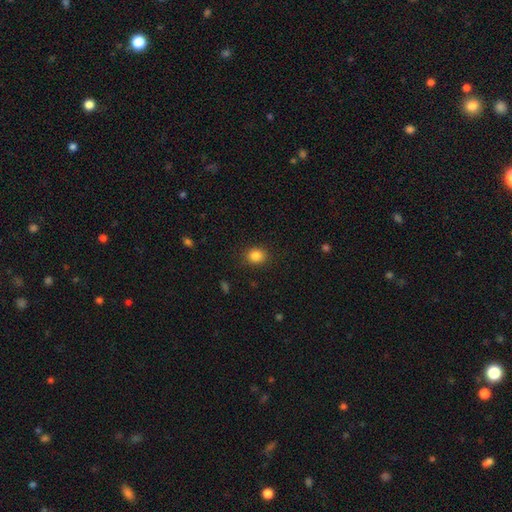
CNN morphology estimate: This appears to be a smooth galaxy with no disk features (85%) that is round (67%). Merging: none (88%).